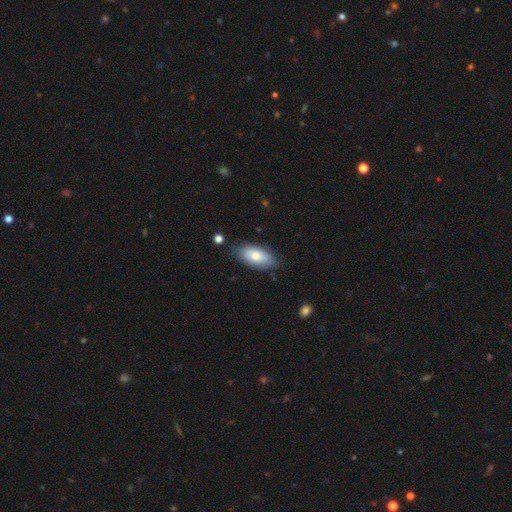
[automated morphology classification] This is likely a smooth galaxy (75%). How rounded: clearly in between (91%). Merging: likely none (79%).